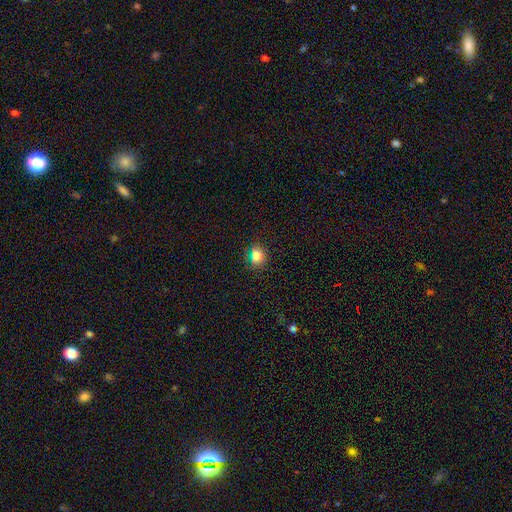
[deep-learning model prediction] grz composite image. It shows a smooth galaxy with no disk features (79%) that is round (64%). Merging: none (82%).